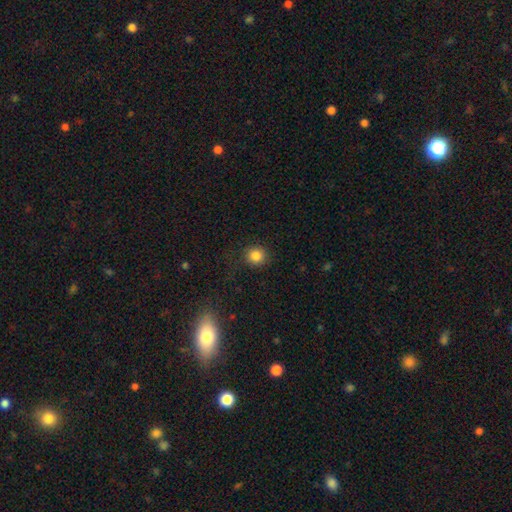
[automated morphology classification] The model was most divided on "smooth or featured": smooth: 84%, star or artifact: 11%, featured or disk: 5%. More confident: how rounded — round (91%); merging — none (84%).